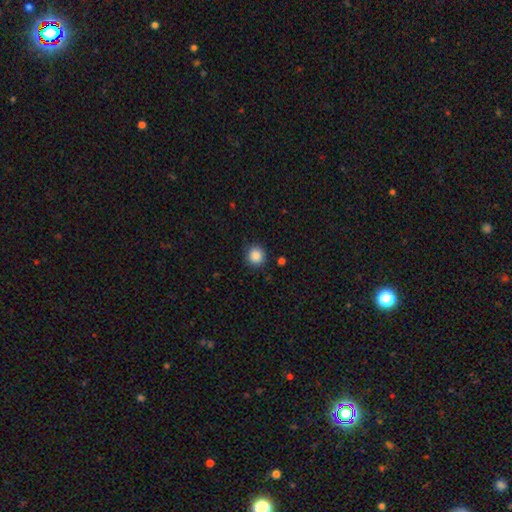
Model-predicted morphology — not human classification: A smooth galaxy with no disk features (87%) that is round (92%). Merging: none (88%).